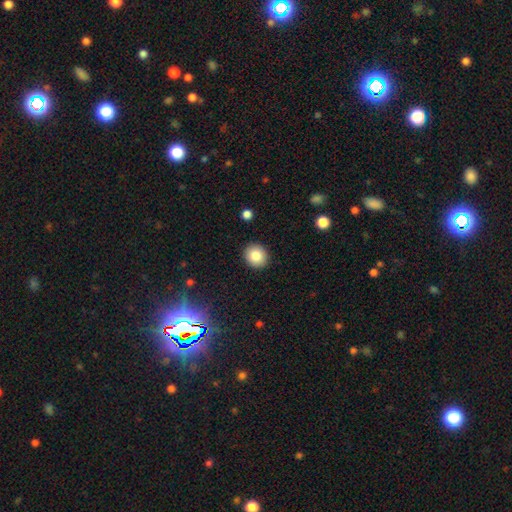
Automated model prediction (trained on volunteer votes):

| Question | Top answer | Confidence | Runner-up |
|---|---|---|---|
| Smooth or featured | smooth | 85% | star or artifact (9%) |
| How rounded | round | 81% | in between (18%) |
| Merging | none | 91% | minor disturbance (6%) |